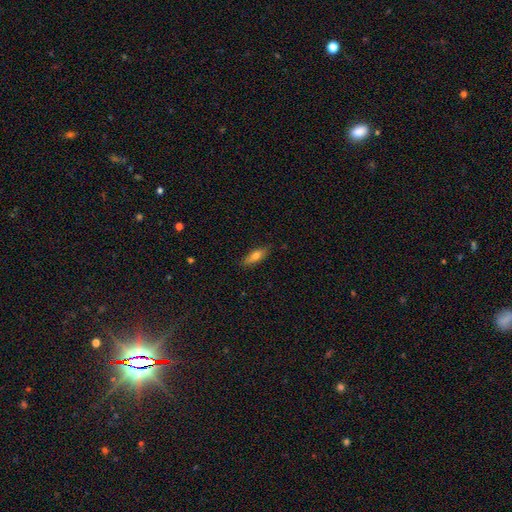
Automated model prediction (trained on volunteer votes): A smooth galaxy with no disk features (67%) that is in between round and cigar-shaped (57%). Merging: none (84%).